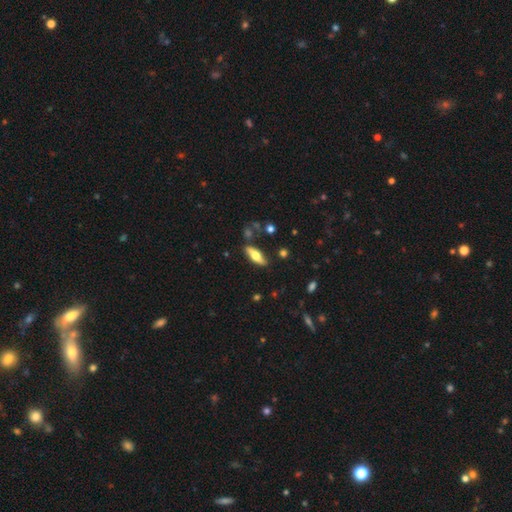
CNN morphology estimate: Smooth or featured? Predicted: smooth (p=0.51). How rounded? Predicted: in between (p=0.53). Merging? Predicted: none (p=0.81).